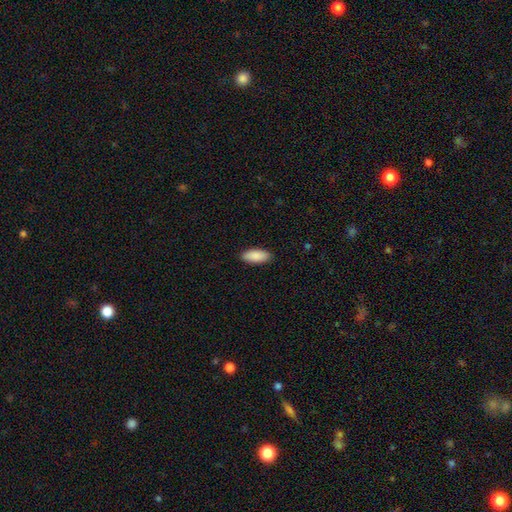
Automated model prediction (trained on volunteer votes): A smooth galaxy with no disk features (90%) that is in between round and cigar-shaped (85%). Merging: none (90%).